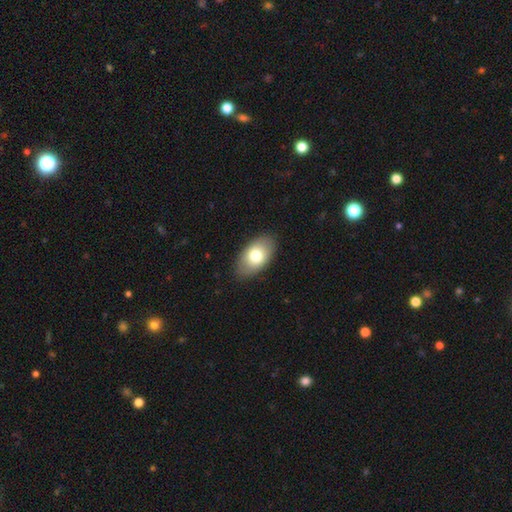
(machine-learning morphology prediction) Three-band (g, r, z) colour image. It shows a smooth galaxy with no disk features (75%) that is in between round and cigar-shaped (93%). Merging: none (85%).